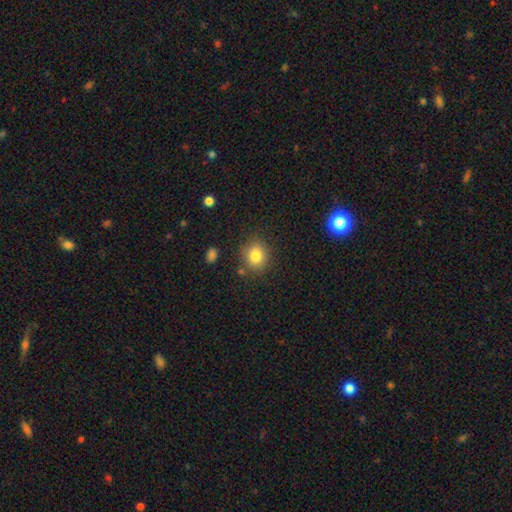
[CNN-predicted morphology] The model was most divided on "how rounded": round: 75%, in between: 24%, cigar-shaped: 1%. More confident: merging — none (82%); smooth or featured — smooth (82%).